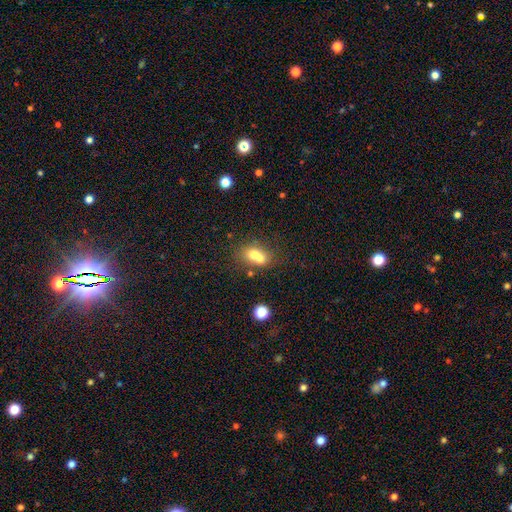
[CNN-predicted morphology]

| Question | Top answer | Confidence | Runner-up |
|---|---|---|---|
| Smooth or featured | smooth | 65% | featured or disk (22%) |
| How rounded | round | 50% | in between (49%) |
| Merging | merger | 56% | none (31%) |